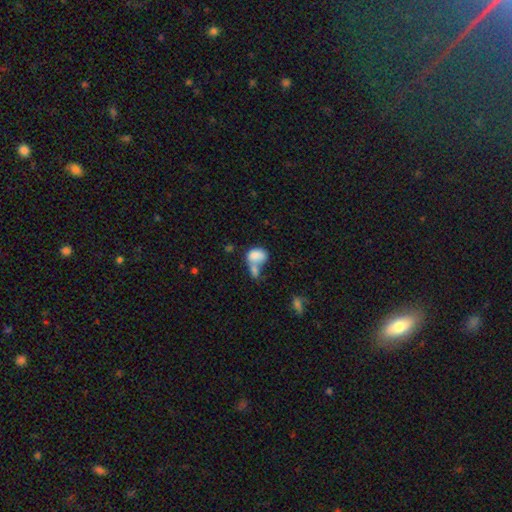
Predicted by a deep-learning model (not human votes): A smooth galaxy with no disk features (78%) that is in between round and cigar-shaped (81%).

Vote fractions:
- Smooth or featured? smooth: 78% / featured or disk: 14% / star or artifact: 9%
- How rounded? in between: 81% / round: 18% / cigar-shaped: 2%
- Merging? merger: 61% / none: 19% / minor disturbance: 11% / major disturbance: 10%